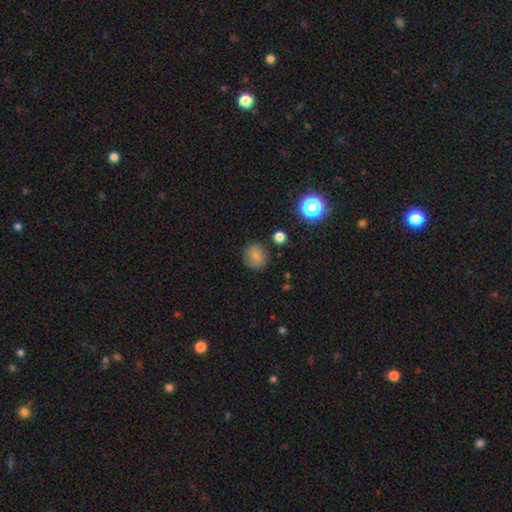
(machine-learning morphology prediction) A smooth galaxy with no disk features (79%) that is round (82%).

Vote fractions:
- Smooth or featured? smooth: 79% / star or artifact: 12% / featured or disk: 8%
- How rounded? round: 82% / in between: 17% / cigar-shaped: 1%
- Merging? none: 83% / minor disturbance: 11% / major disturbance: 4% / merger: 2%